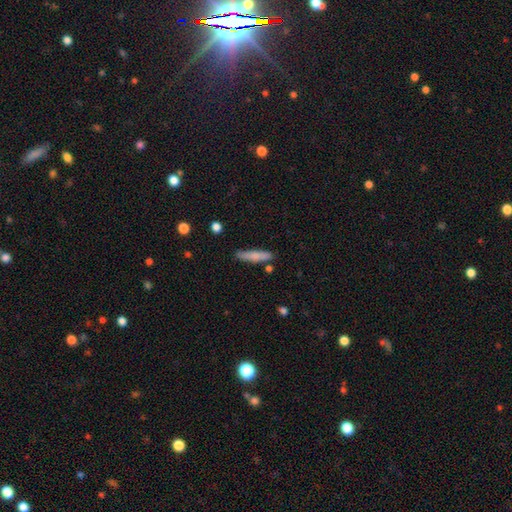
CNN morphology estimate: smooth_or_featured: smooth (p=0.77) [alt: featured or disk p=0.17]
how_rounded: cigar-shaped (p=0.86) [alt: in between p=0.12]
merging: none (p=0.80) [alt: minor disturbance p=0.13]